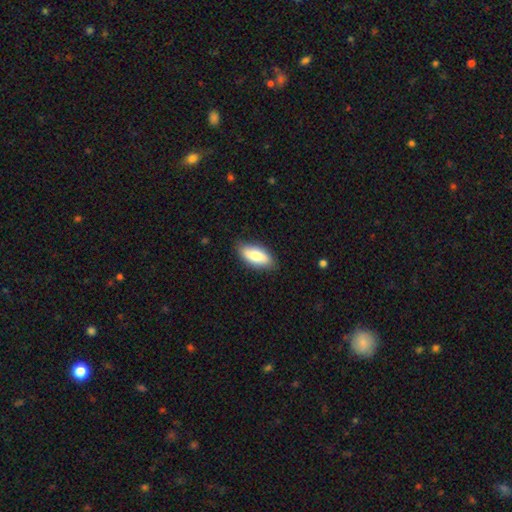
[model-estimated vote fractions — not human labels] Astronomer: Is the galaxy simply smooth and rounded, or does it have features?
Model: smooth — 81%.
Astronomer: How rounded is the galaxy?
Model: in between — 86%.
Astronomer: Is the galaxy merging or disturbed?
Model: none — 83%.